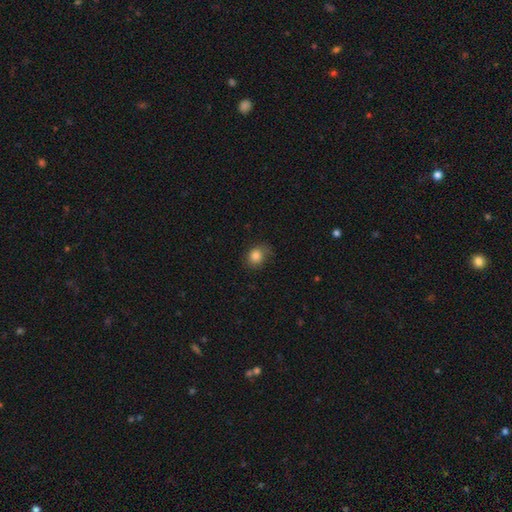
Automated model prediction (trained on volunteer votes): Smooth or featured?
  - smooth: 83% *
  - star or artifact: 11%
  - featured or disk: 6%
How rounded?
  - round: 72% *
  - in between: 27%
  - cigar-shaped: 1%
Merging?
  - none: 71% *
  - minor disturbance: 22%
  - major disturbance: 6%
  - merger: 1%